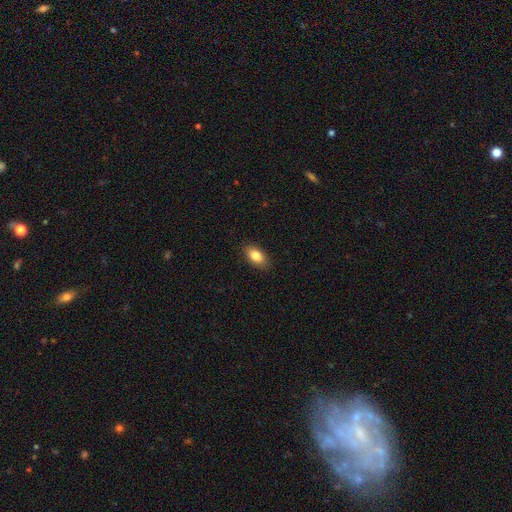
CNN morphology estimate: Overall: smooth (84%). How rounded: in between (91%). Merging: none (88%).